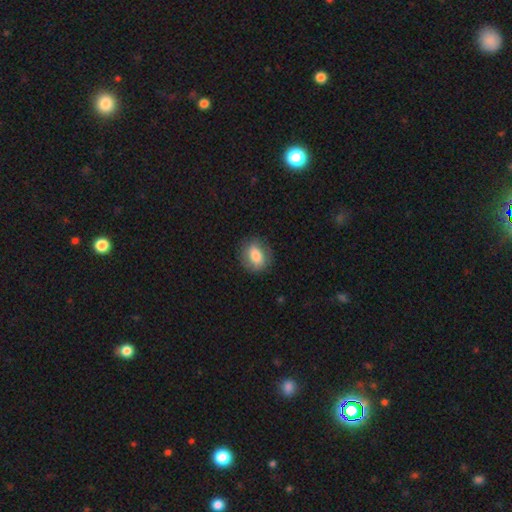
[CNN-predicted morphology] Smooth or featured? smooth (74%)
How rounded? in between (57%)
Merging? none (82%)